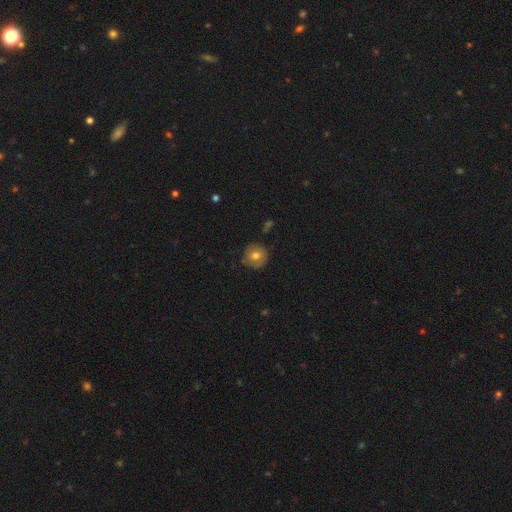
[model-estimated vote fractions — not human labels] This appears to be a smooth galaxy with no disk features (74%) that is round (92%). Merging: none (81%).